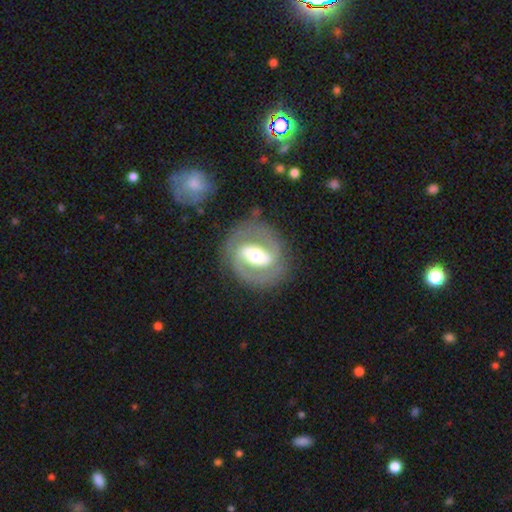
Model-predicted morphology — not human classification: Overall: featured or disk (78%). Edge-on disk: no (96%). Bar: strong (48%; weak 33%). Spiral arms: yes (78%). Spiral arm count: 2 (86%). Spiral winding: medium (45%; tight 39%). Bulge size: moderate (62%). Merging: none (79%).